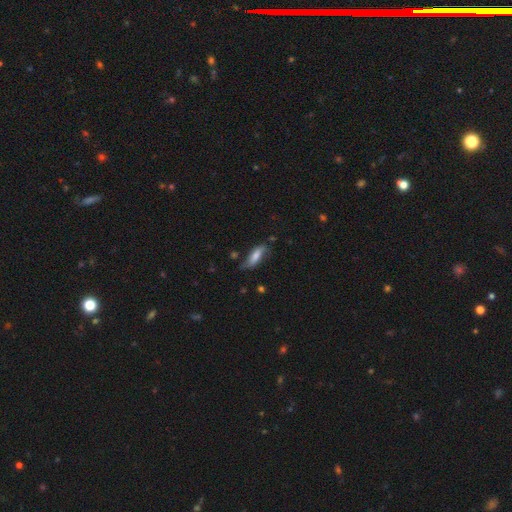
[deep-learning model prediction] smooth 59%, featured or disk 34%, star or artifact 8%. Down the decision tree: how rounded — in between (55%); merging — none (61%).